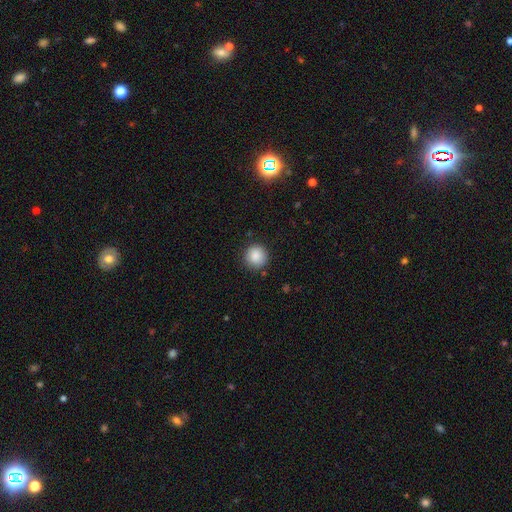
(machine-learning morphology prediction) Smooth or featured? smooth (87%)
How rounded? round (94%)
Merging? none (89%)